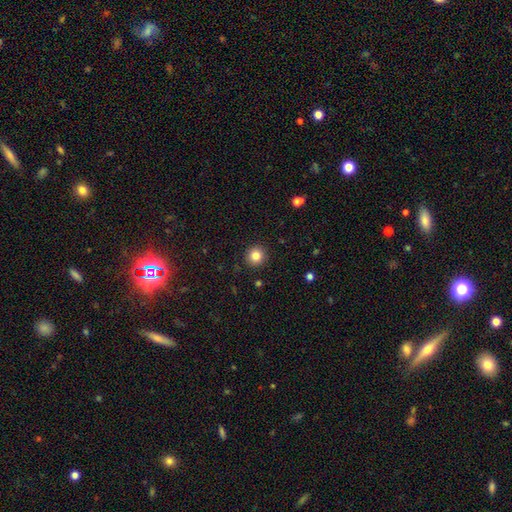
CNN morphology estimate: smooth-or-featured: smooth: 83% | star or artifact: 11% | featured or disk: 6%
  how-rounded: round: 93% | in between: 6% | cigar-shaped: 1%
  merging: none: 92% | minor disturbance: 5% | major disturbance: 2% | merger: 1%